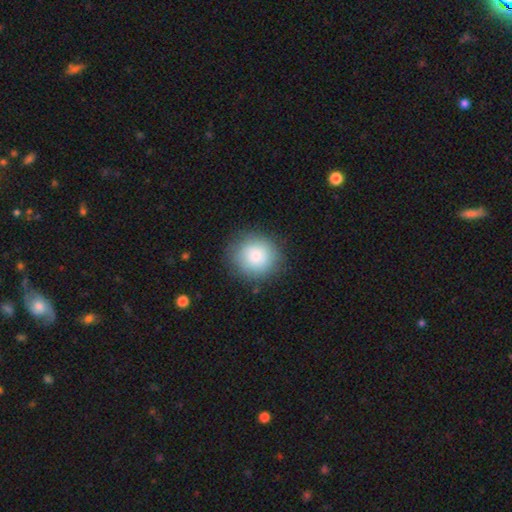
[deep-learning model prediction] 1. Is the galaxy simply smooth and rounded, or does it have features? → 83% smooth, 9% featured or disk, 8% star or artifact.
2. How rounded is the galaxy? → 86% round, 13% in between, 1% cigar-shaped.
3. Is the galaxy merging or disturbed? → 85% none, 10% minor disturbance, 3% major disturbance, 1% merger.